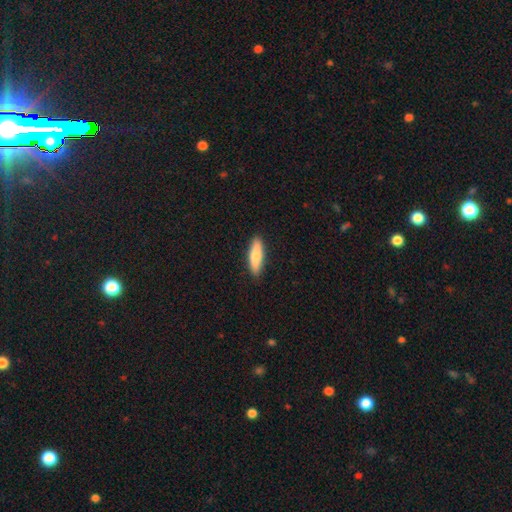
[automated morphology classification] The model was most divided on "how rounded": cigar-shaped: 59%, in between: 39%, round: 2%. More confident: merging — none (89%); smooth or featured — smooth (79%).